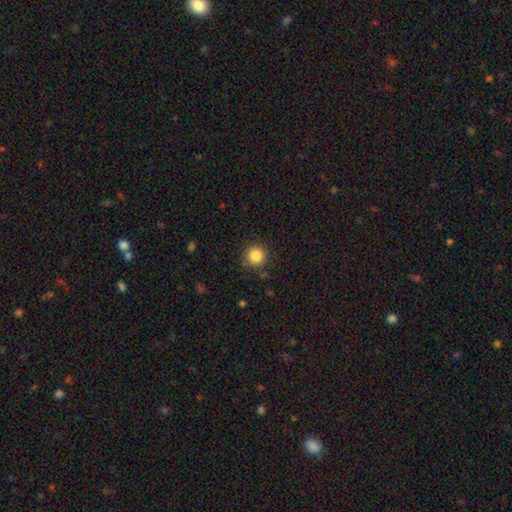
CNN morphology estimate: type=smooth (85%); roundness=round (95%); merging=none (88%).